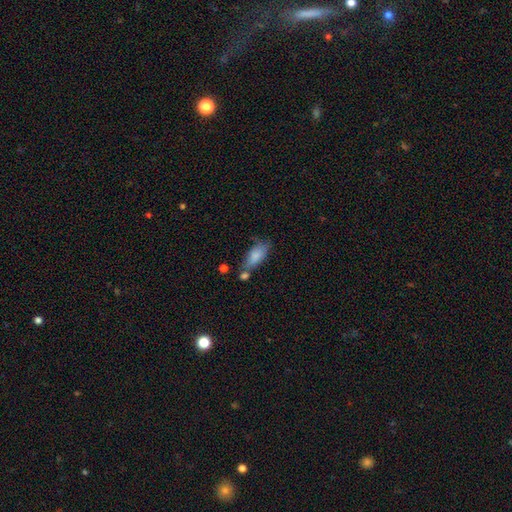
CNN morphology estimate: Smooth or featured?
  - smooth: 79% *
  - featured or disk: 14%
  - star or artifact: 7%
How rounded?
  - in between: 84% *
  - cigar-shaped: 13%
  - round: 3%
Merging?
  - none: 45% *
  - minor disturbance: 27%
  - merger: 18%
  - major disturbance: 11%